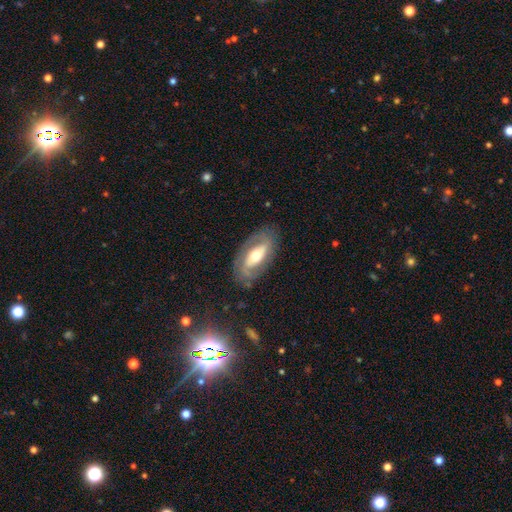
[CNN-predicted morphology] smooth-or-featured: featured or disk: 68% | smooth: 27% | star or artifact: 6%
  disk-edge-on: no: 89% | yes: 11%
    bar: no: 39% | strong: 33% | weak: 28%
    has-spiral-arms: yes: 67% | no: 33%
    bulge-size: moderate: 67% | small: 17% | large: 13% | dominant: 2% | none: 1%
  merging: none: 77% | minor disturbance: 15% | major disturbance: 7% | merger: 1%